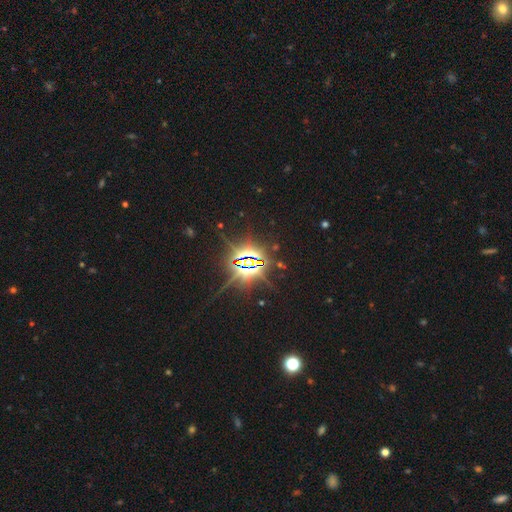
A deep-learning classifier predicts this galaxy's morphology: Q: Smooth or featured?
A: star or artifact (84%); runner-up: featured or disk (9%)